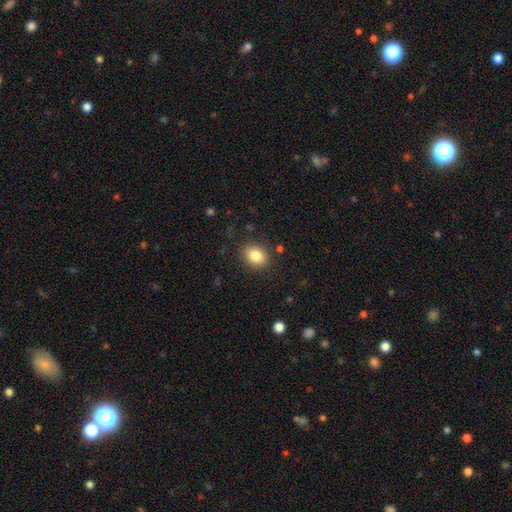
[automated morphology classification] A smooth galaxy with no disk features (84%) that is round (52%). Merging: none (86%).